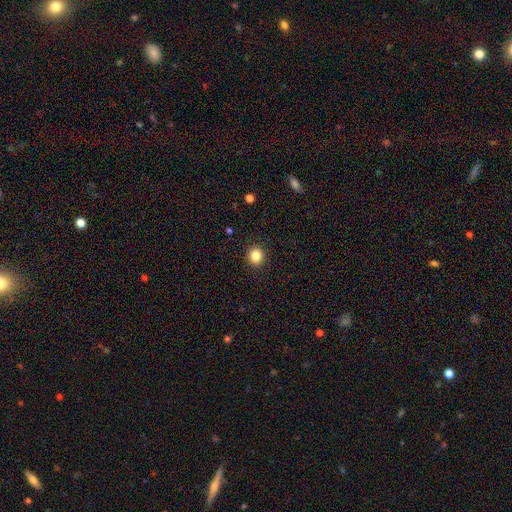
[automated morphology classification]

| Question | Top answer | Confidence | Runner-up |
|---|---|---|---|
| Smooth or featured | smooth | 84% | star or artifact (11%) |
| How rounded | round | 85% | in between (14%) |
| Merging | none | 92% | minor disturbance (5%) |